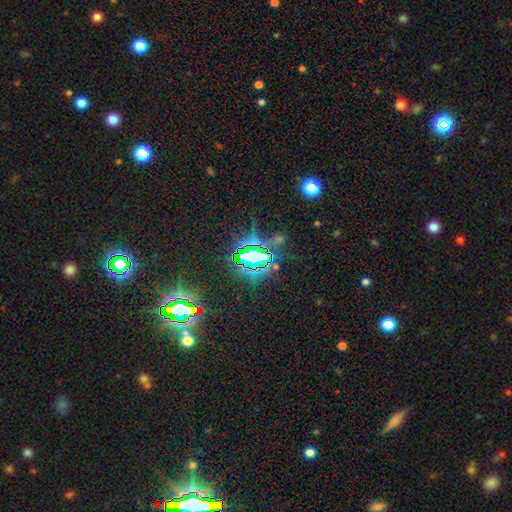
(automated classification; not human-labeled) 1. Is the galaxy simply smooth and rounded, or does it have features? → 78% star or artifact, 12% smooth, 10% featured or disk.